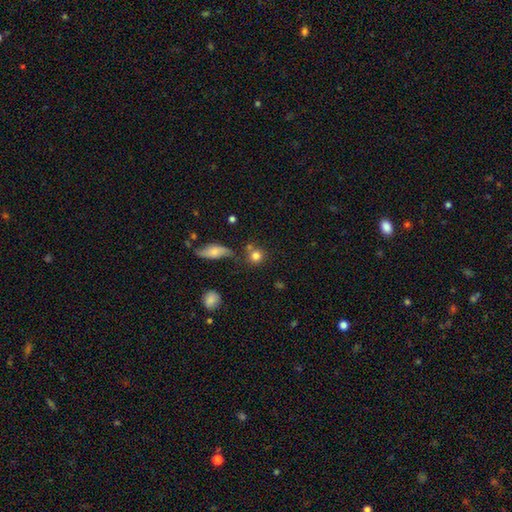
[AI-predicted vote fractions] This is clearly a smooth galaxy (82%). How rounded: clearly round (87%). Merging: likely none (66%).